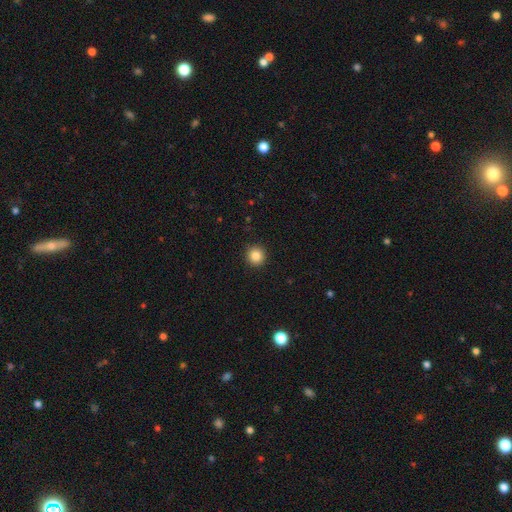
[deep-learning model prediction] This is clearly a smooth galaxy (85%). How rounded: clearly round (95%). Merging: clearly none (93%).